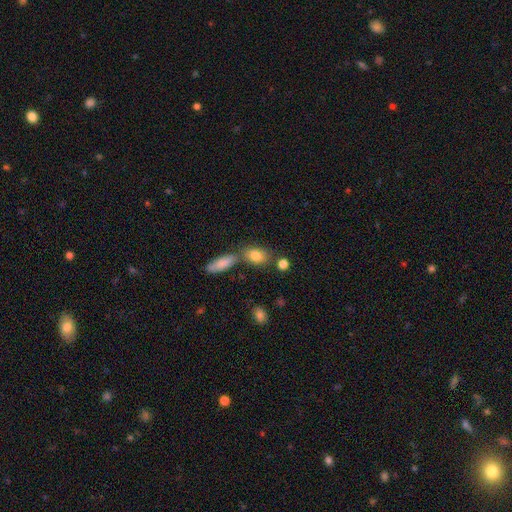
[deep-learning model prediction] A smooth galaxy with no disk features (82%) that is in between round and cigar-shaped (78%). Merging: none (60%).